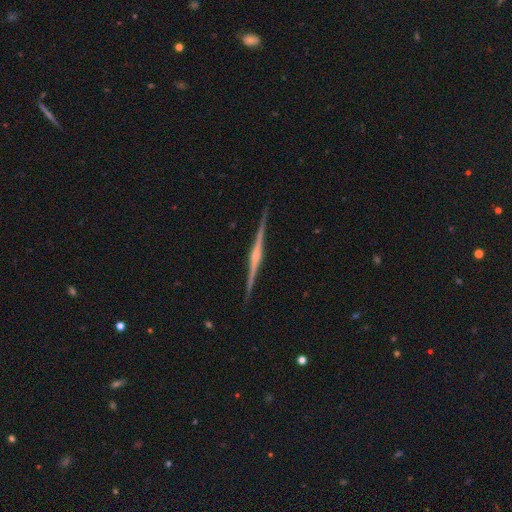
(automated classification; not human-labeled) Morphology: type=featured or disk (86%); edge-on=yes (99%); edge-on bulge=rounded (68%); merging=none (92%).